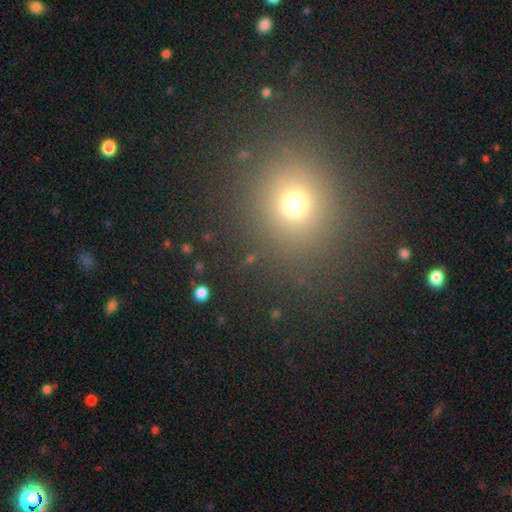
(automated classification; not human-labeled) This appears to be a smooth galaxy with no disk features (63%) that is round (82%). Merging: none (87%).